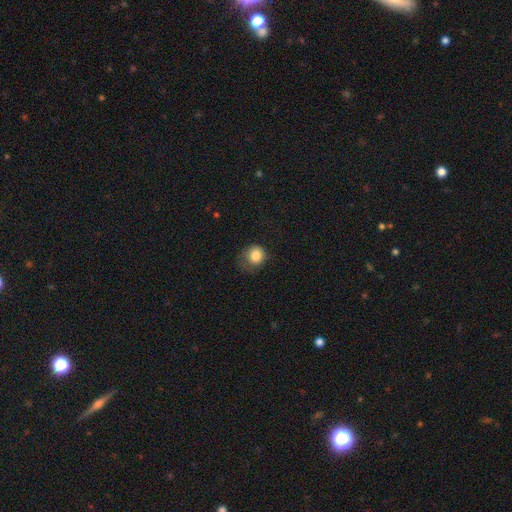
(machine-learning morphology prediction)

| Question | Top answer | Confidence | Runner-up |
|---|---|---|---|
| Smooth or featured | smooth | 83% | star or artifact (10%) |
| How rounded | round | 74% | in between (25%) |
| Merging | none | 46% | minor disturbance (33%) |